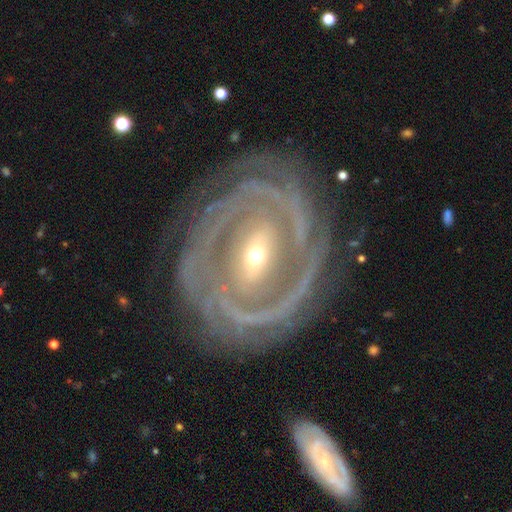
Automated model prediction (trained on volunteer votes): This appears to be a featured or disk galaxy (90%) with a strong bar (41%), 2 (31%) tight (77%) spiral arms (95%) and a small central bulge (64%). Merging: none (77%).